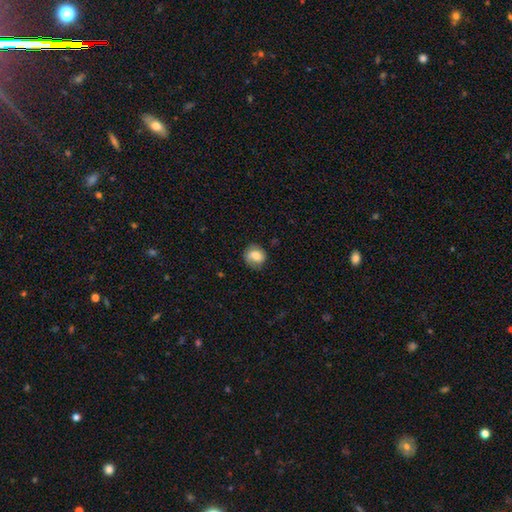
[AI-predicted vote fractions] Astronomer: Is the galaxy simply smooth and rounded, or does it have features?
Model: smooth — 74%.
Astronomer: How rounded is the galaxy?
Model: round — 77%.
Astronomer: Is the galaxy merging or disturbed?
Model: none — 74%.